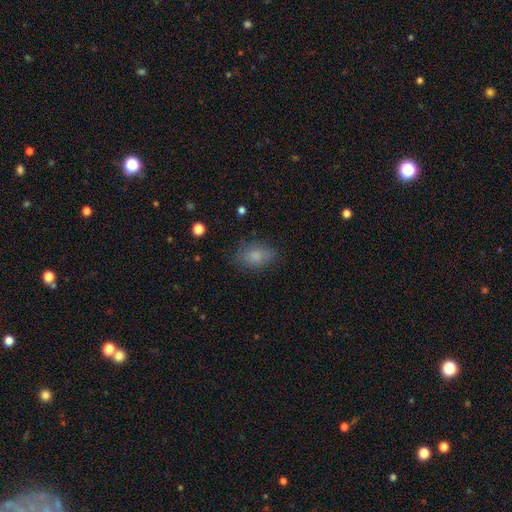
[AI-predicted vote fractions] Q: Smooth or featured?
A: smooth (81%); runner-up: featured or disk (10%)
Q: How rounded?
A: in between (83%); runner-up: round (15%)
Q: Merging?
A: none (76%); runner-up: minor disturbance (18%)